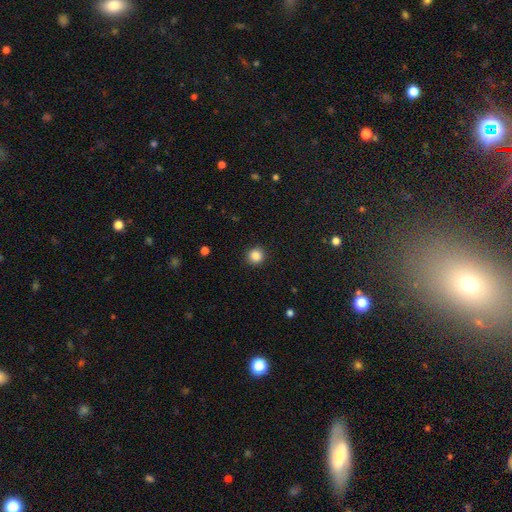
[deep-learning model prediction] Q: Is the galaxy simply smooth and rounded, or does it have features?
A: smooth — 85%.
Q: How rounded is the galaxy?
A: round — 94%.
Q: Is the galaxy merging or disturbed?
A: none — 93%.